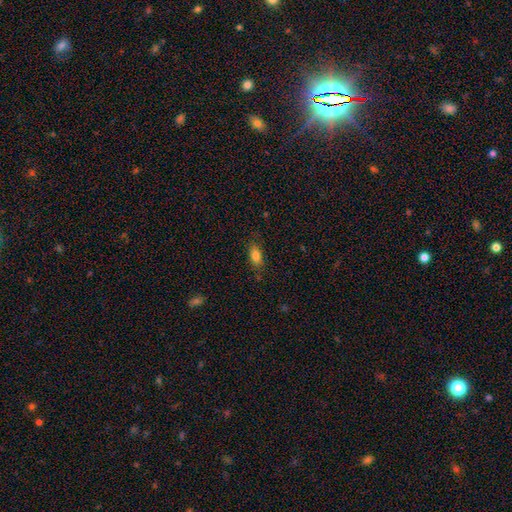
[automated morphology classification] A smooth galaxy with no disk features (83%) that is in between round and cigar-shaped (84%).

Vote fractions:
- Smooth or featured? smooth: 83% / star or artifact: 9% / featured or disk: 8%
- How rounded? in between: 84% / cigar-shaped: 12% / round: 4%
- Merging? none: 80% / minor disturbance: 15% / major disturbance: 4% / merger: 2%